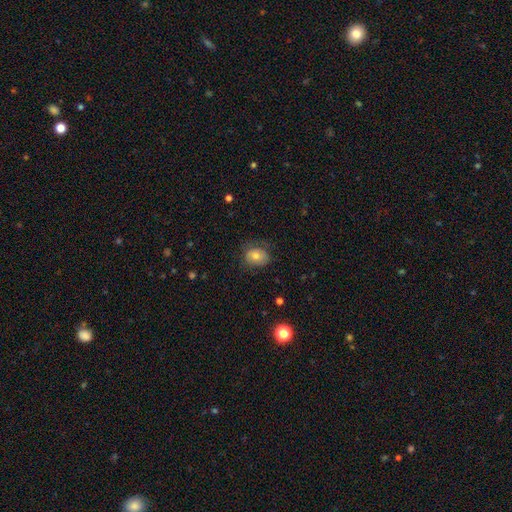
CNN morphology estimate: type=smooth (68%); roundness=round (55%); merging=none (67%).